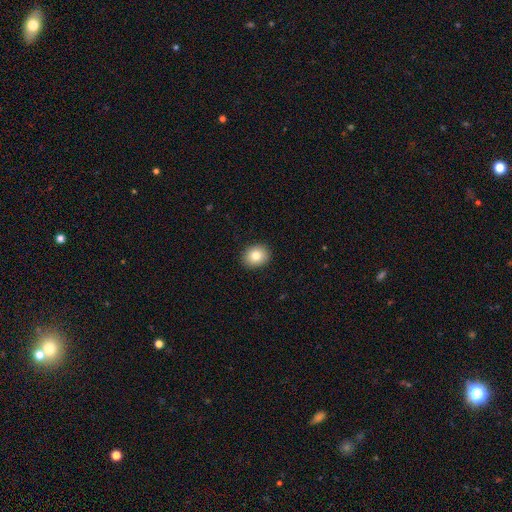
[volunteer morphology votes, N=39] Smooth or featured: smooth — 85% (featured or disk — 10%)
How rounded: round — 55% (in between — 45%)
Merging: none — 89% (minor disturbance — 11%)